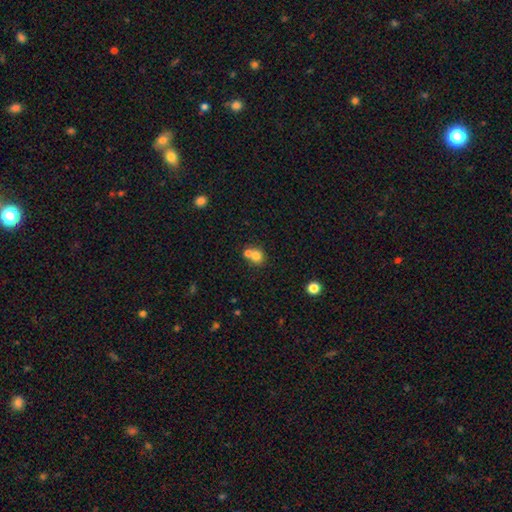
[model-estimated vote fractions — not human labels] Smooth or featured: smooth — 77% (featured or disk — 12%)
How rounded: round — 79% (in between — 20%)
Merging: merger — 51% (none — 40%)